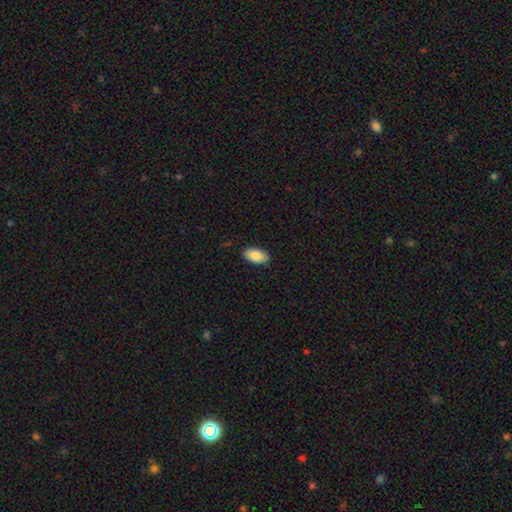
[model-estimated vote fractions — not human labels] smooth-or-featured: smooth: 88% | star or artifact: 6% | featured or disk: 6%
  how-rounded: in between: 95% | cigar-shaped: 3% | round: 3%
  merging: none: 89% | minor disturbance: 9% | major disturbance: 2% | merger: 1%